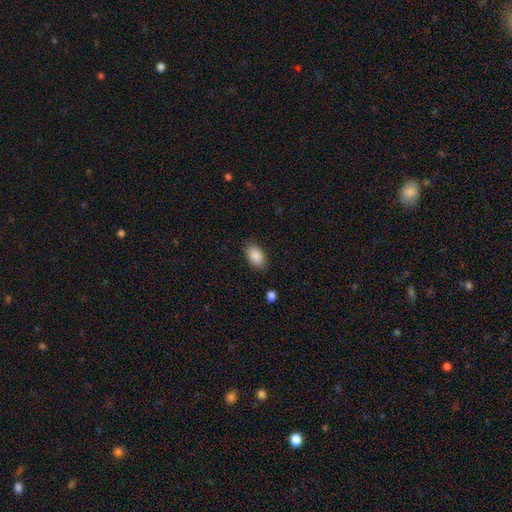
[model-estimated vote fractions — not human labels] A smooth galaxy with no disk features (89%) that is in between round and cigar-shaped (92%). Merging: none (83%).